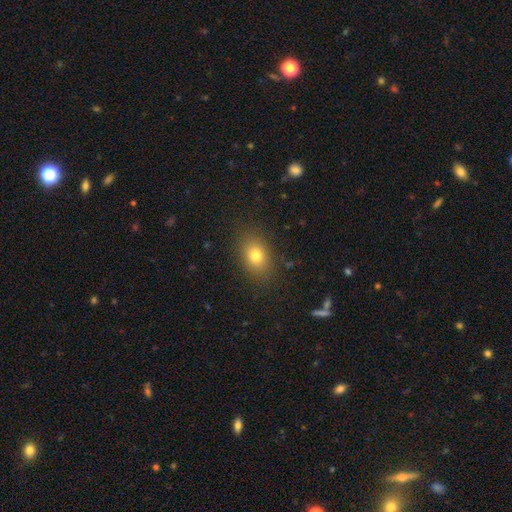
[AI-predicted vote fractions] Morphology: type=smooth (77%); roundness=in between (68%); merging=none (86%).